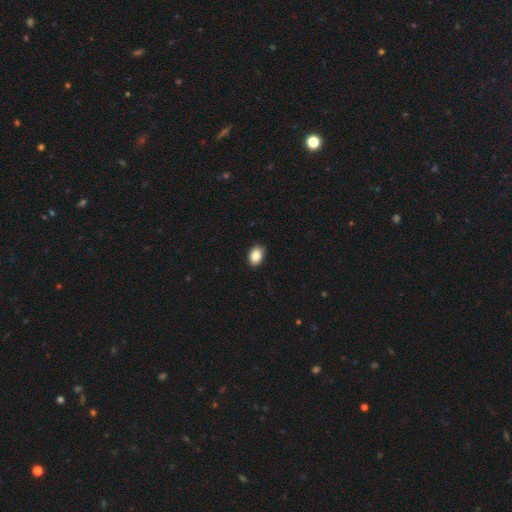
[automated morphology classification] A smooth galaxy with no disk features (87%) that is in between round and cigar-shaped (81%). Merging: none (89%).